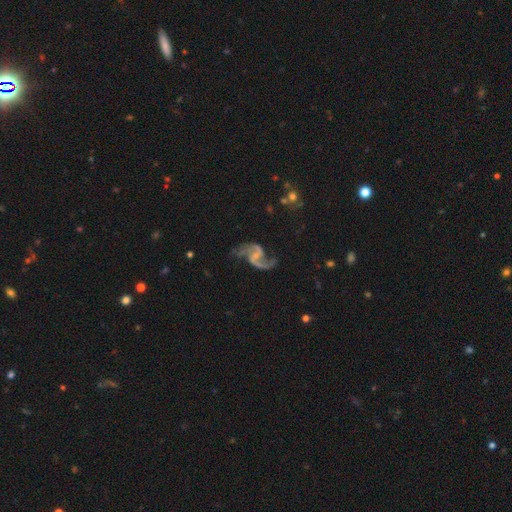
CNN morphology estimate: smooth_or_featured: featured or disk (p=0.91) [alt: star or artifact p=0.05]
disk_edge_on: no (p=0.98) [alt: yes p=0.02]
bar: weak (p=0.47) [alt: no p=0.35]
has_spiral_arms: yes (p=0.96) [alt: no p=0.04]
spiral_winding: loose (p=0.74) [alt: medium p=0.22]
spiral_arm_count: 2 (p=0.93) [alt: 1 p=0.02]
bulge_size: small (p=0.58) [alt: none p=0.24]
merging: none (p=0.64) [alt: minor disturbance p=0.17]